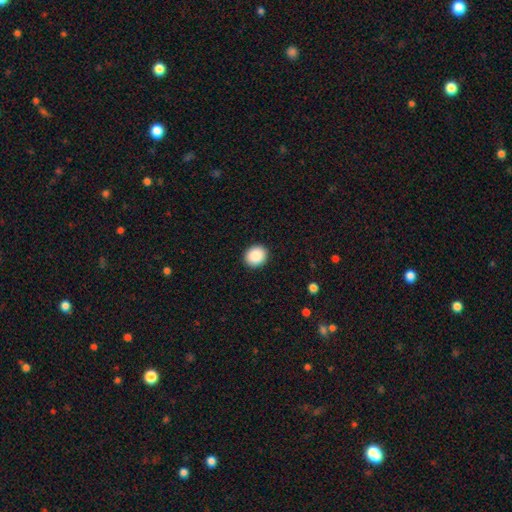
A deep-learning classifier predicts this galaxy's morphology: type=smooth (89%); roundness=round (72%); merging=none (91%).